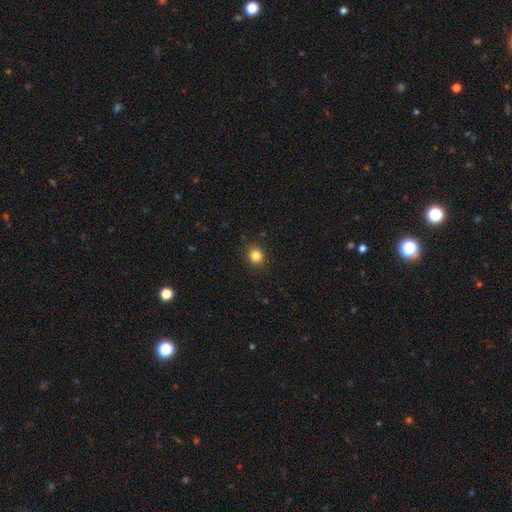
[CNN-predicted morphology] Smooth or featured: smooth — 84% (star or artifact — 11%)
How rounded: round — 80% (in between — 19%)
Merging: none — 89% (minor disturbance — 8%)